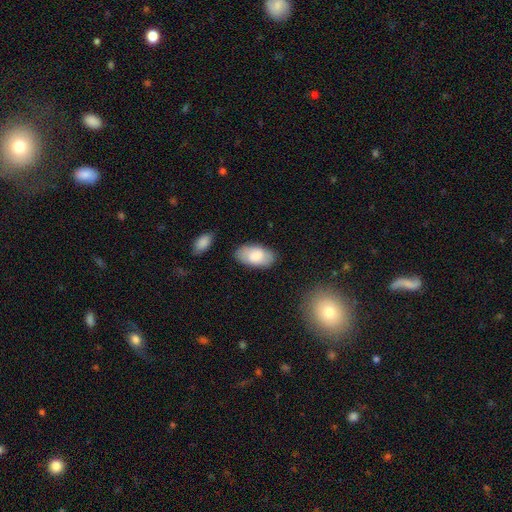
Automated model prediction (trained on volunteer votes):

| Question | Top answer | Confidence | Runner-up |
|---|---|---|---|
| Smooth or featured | smooth | 81% | featured or disk (13%) |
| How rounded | in between | 95% | round (3%) |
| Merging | none | 80% | minor disturbance (14%) |